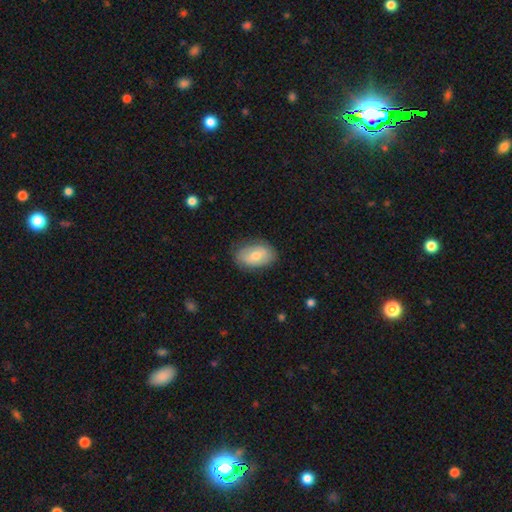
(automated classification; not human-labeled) This is likely a smooth galaxy (67%). How rounded: clearly in between (89%). Merging: likely none (79%).